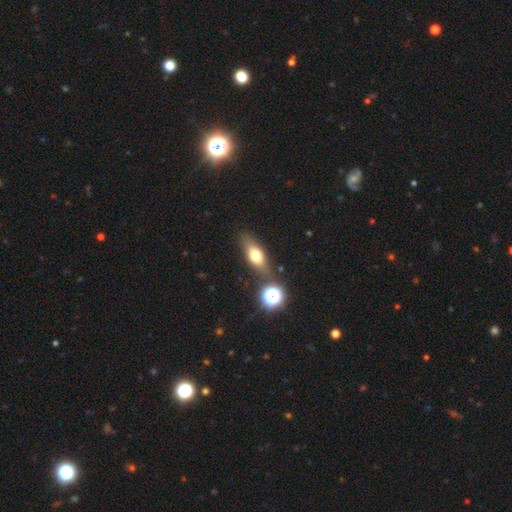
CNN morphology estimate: Smooth or featured? Predicted: smooth (p=0.62). How rounded? Predicted: in between (p=0.64). Merging? Predicted: none (p=0.75).